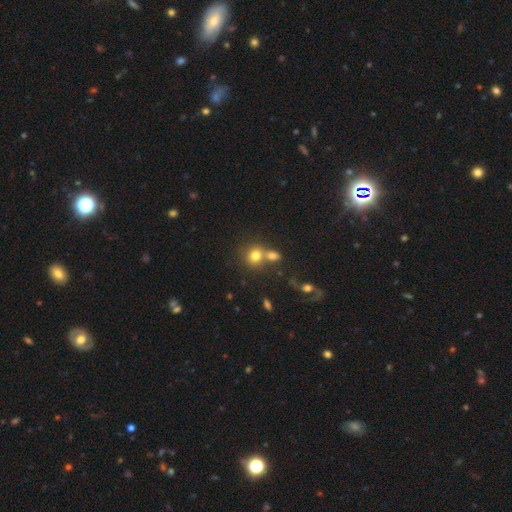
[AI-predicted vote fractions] A smooth galaxy with no disk features (76%) that is round (77%).

Vote fractions:
- Smooth or featured? smooth: 76% / featured or disk: 12% / star or artifact: 12%
- How rounded? round: 77% / in between: 22% / cigar-shaped: 1%
- Merging? none: 45% / merger: 42% / minor disturbance: 9% / major disturbance: 4%